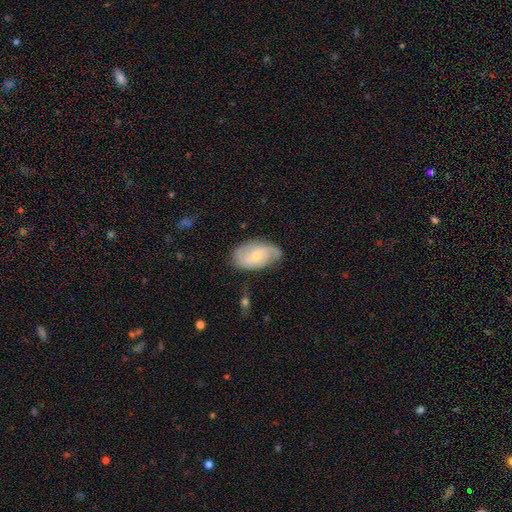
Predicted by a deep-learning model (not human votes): Overall: featured or disk (65%; smooth 29%). Edge-on disk: no (95%). Bar: no (52%; weak 41%). Spiral arms: yes (89%). Spiral arm count: 2 (60%). Spiral winding: medium (43%; tight 31%). Bulge size: small (54%; moderate 41%). Merging: none (66%).